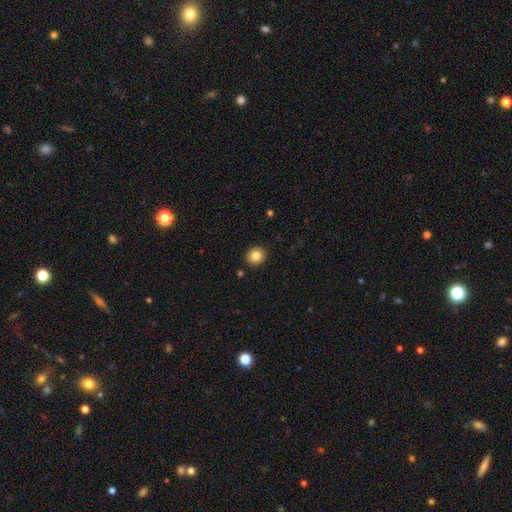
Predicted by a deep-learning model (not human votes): Smooth or featured? Predicted: smooth (p=0.84). How rounded? Predicted: round (p=0.83). Merging? Predicted: none (p=0.91).